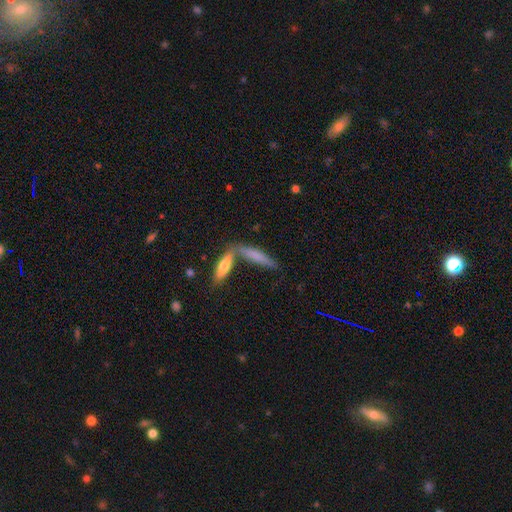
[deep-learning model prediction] smooth-or-featured: smooth: 65% | featured or disk: 28% | star or artifact: 7%
  how-rounded: cigar-shaped: 80% | in between: 18% | round: 2%
  merging: none: 49% | merger: 36% | minor disturbance: 11% | major disturbance: 5%